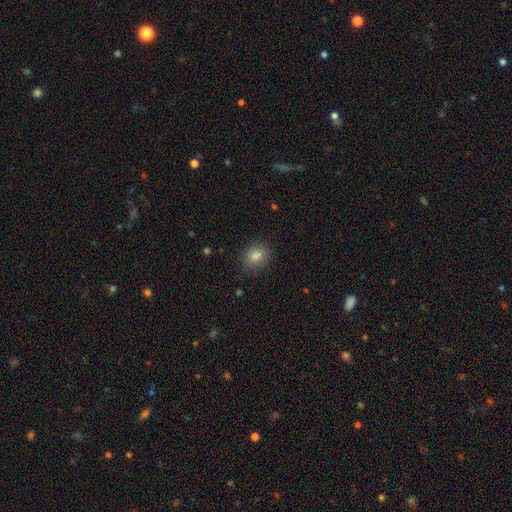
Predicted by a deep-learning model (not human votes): smooth_or_featured: smooth (p=0.82) [alt: star or artifact p=0.12]
how_rounded: round (p=0.64) [alt: in between p=0.35]
merging: none (p=0.87) [alt: minor disturbance p=0.09]